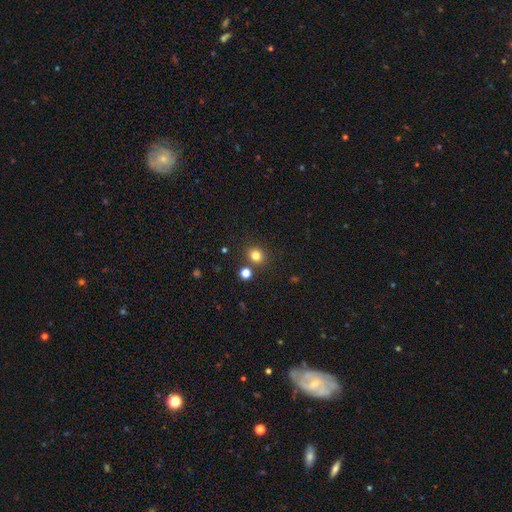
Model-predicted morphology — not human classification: Smooth or featured: smooth — 80% (star or artifact — 15%)
How rounded: round — 78% (in between — 21%)
Merging: none — 82% (minor disturbance — 8%)